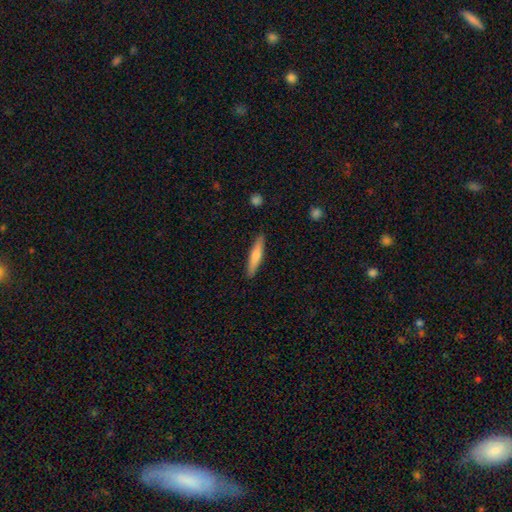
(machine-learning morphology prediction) A smooth galaxy with no disk features (69%) that is cigar-shaped (88%). Merging: none (90%).